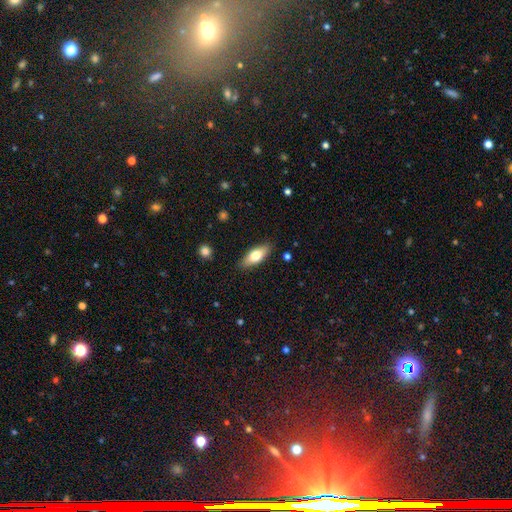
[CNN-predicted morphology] Smooth or featured?
  - smooth: 71% *
  - featured or disk: 23%
  - star or artifact: 6%
How rounded?
  - in between: 74% *
  - cigar-shaped: 23%
  - round: 2%
Merging?
  - none: 86% *
  - minor disturbance: 10%
  - major disturbance: 2%
  - merger: 1%